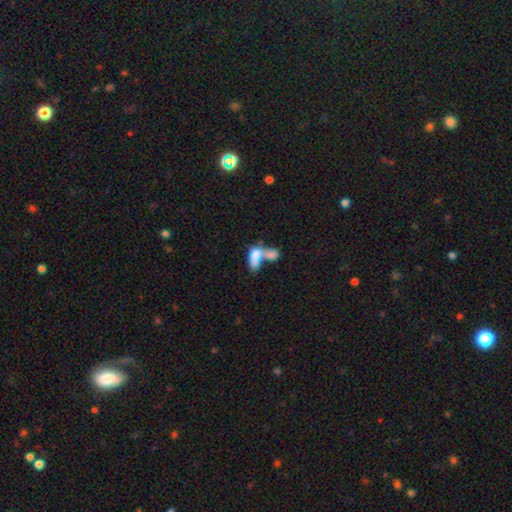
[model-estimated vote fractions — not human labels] smooth 70%, featured or disk 22%, star or artifact 9%. Down the decision tree: how rounded — in between (81%); merging — merger (74%).